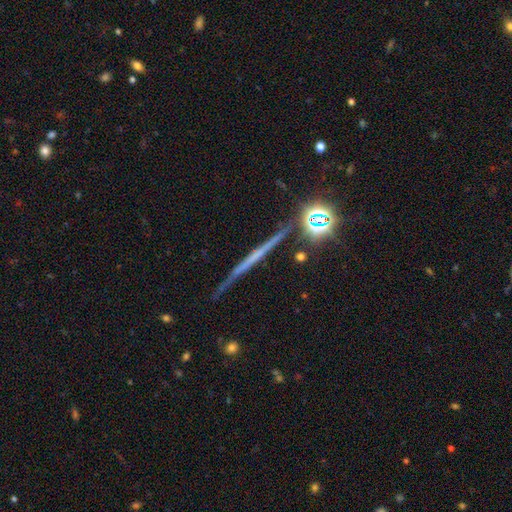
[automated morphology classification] Smooth or featured? Predicted: featured or disk (p=0.61). Edge-on disk? Predicted: yes (p=0.97). Edge-on bulge? Predicted: none (p=0.83). Merging? Predicted: none (p=0.87).